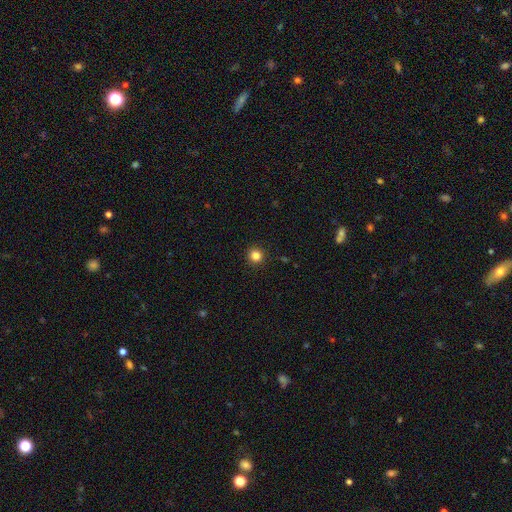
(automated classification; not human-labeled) smooth_or_featured: smooth (p=0.83) [alt: star or artifact p=0.13]
how_rounded: round (p=0.94) [alt: in between p=0.05]
merging: none (p=0.93) [alt: minor disturbance p=0.05]